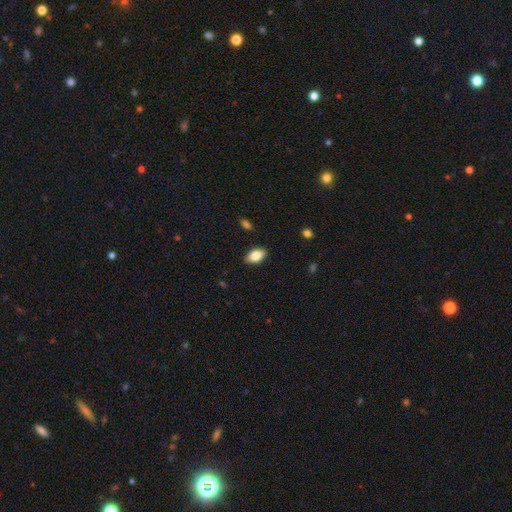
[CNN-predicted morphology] Smooth or featured?
  - smooth: 85% *
  - featured or disk: 8%
  - star or artifact: 7%
How rounded?
  - in between: 92% *
  - round: 5%
  - cigar-shaped: 3%
Merging?
  - none: 88% *
  - minor disturbance: 9%
  - major disturbance: 2%
  - merger: 1%